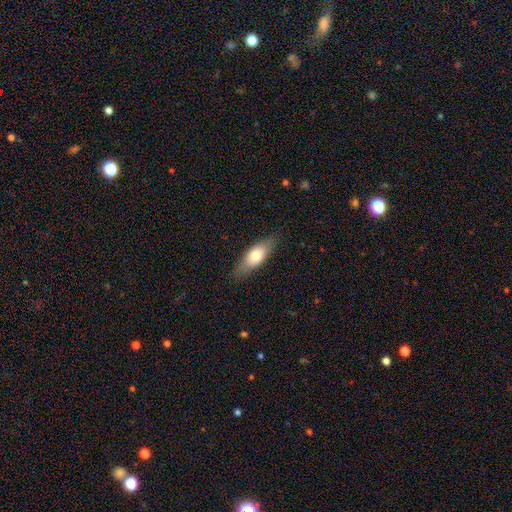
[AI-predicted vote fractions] Overall: smooth (69%). How rounded: in between (70%). Merging: none (81%).